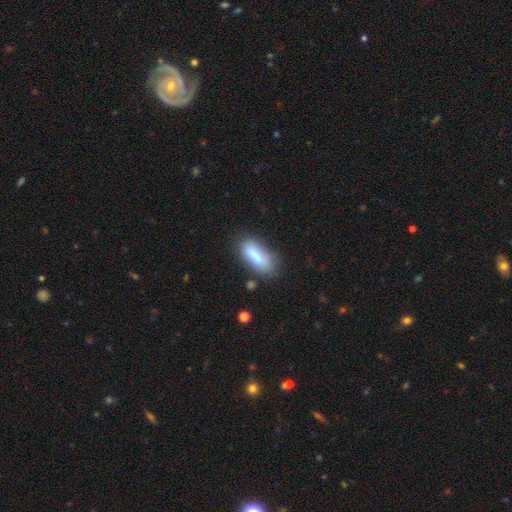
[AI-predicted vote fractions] Q: Smooth or featured?
A: smooth (80%); runner-up: featured or disk (12%)
Q: How rounded?
A: in between (73%); runner-up: cigar-shaped (24%)
Q: Merging?
A: none (64%); runner-up: minor disturbance (21%)